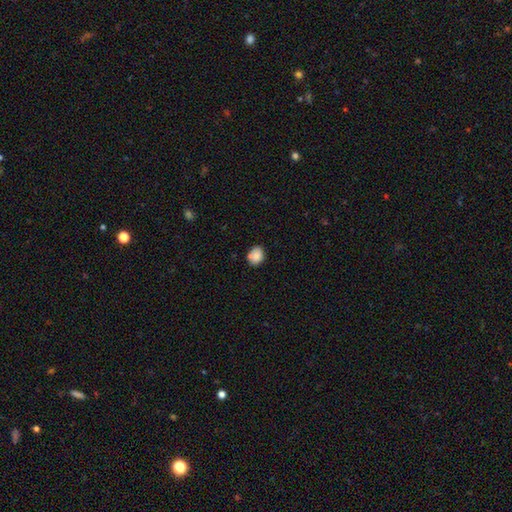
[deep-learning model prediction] smooth 85%, star or artifact 9%, featured or disk 7%. Down the decision tree: how rounded — round (53%); merging — none (70%).